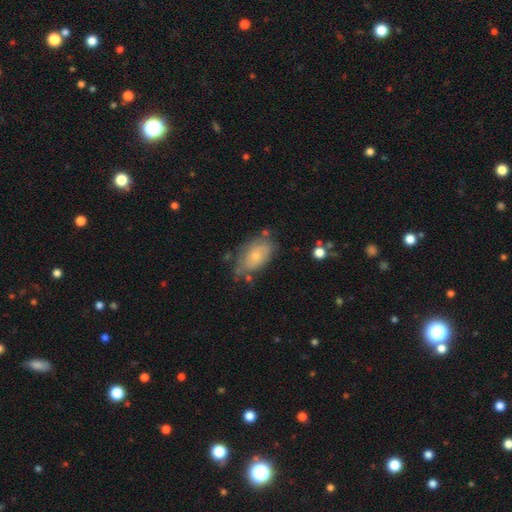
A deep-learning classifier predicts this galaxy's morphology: Smooth or featured? smooth (53%)
How rounded? in between (91%)
Merging? none (54%)